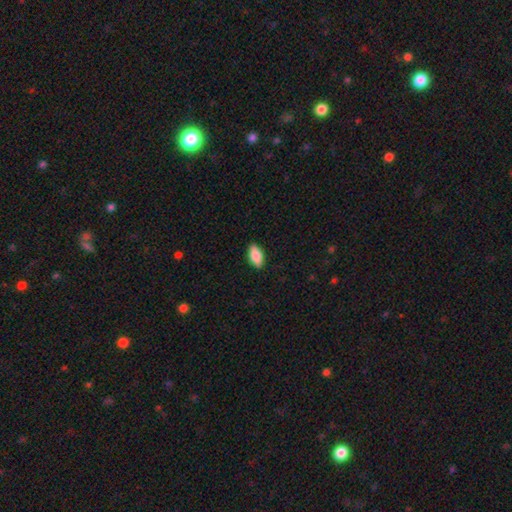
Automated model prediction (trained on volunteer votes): smooth 85%, featured or disk 9%, star or artifact 6%. Down the decision tree: how rounded — in between (88%); merging — none (89%).